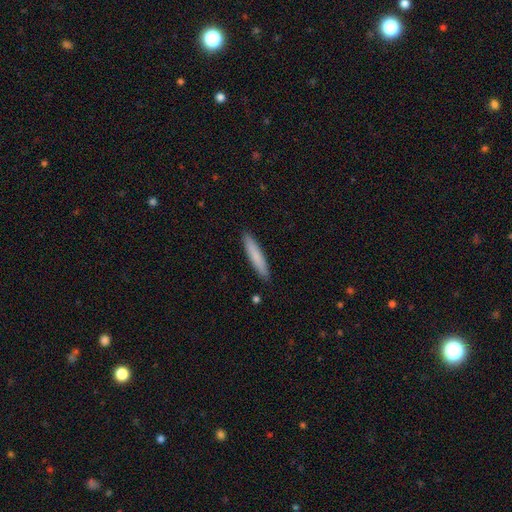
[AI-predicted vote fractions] Overall: smooth (81%). How rounded: cigar-shaped (90%). Merging: none (91%).